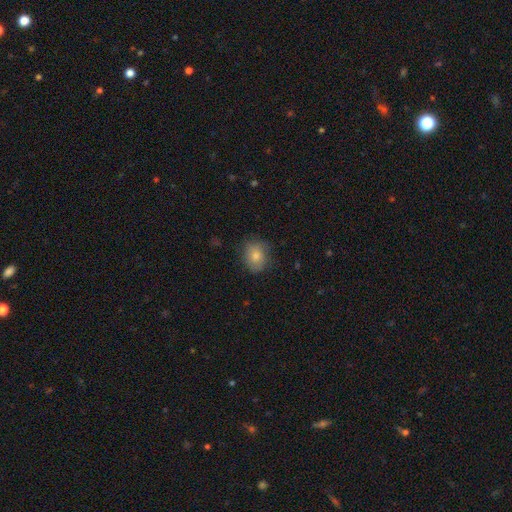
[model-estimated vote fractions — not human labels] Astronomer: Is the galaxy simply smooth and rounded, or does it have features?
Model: smooth — 81%.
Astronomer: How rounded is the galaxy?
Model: round — 62%.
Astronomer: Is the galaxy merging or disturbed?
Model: none — 74%.